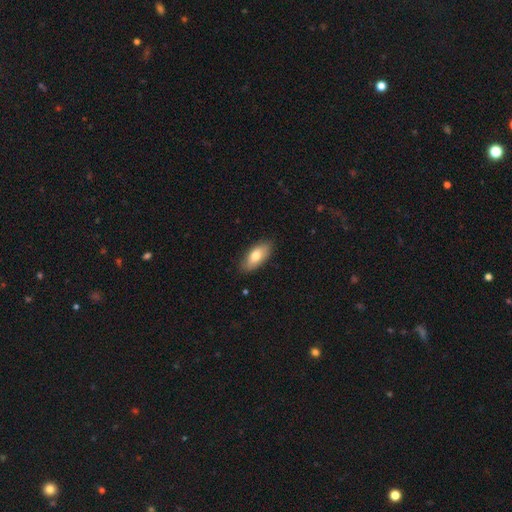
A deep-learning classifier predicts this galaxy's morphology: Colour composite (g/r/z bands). It shows a smooth galaxy with no disk features (74%) that is in between round and cigar-shaped (87%). Merging: none (84%).